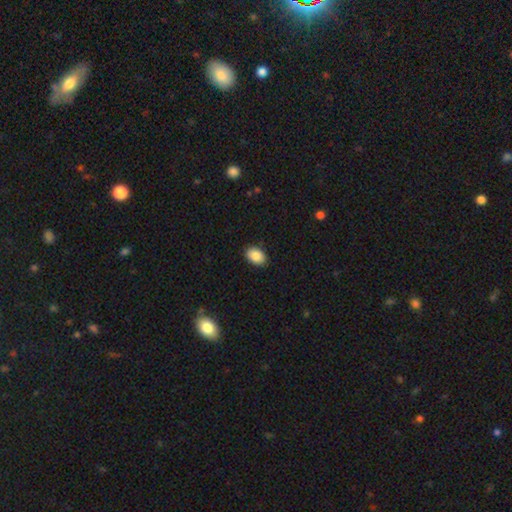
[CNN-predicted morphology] type=smooth (88%); roundness=in between (86%); merging=none (89%).